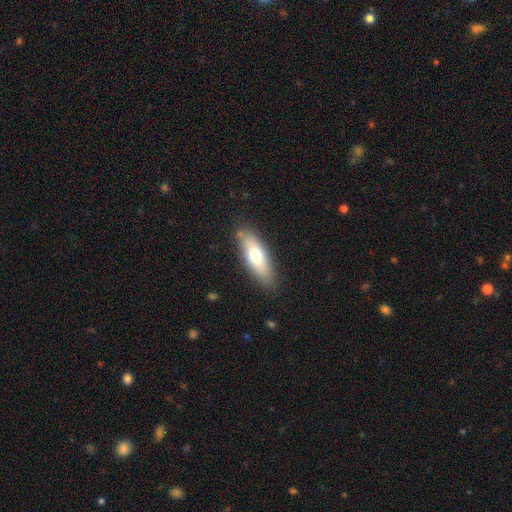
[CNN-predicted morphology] smooth 67%, featured or disk 27%, star or artifact 6%. Down the decision tree: how rounded — in between (59%); merging — none (83%).